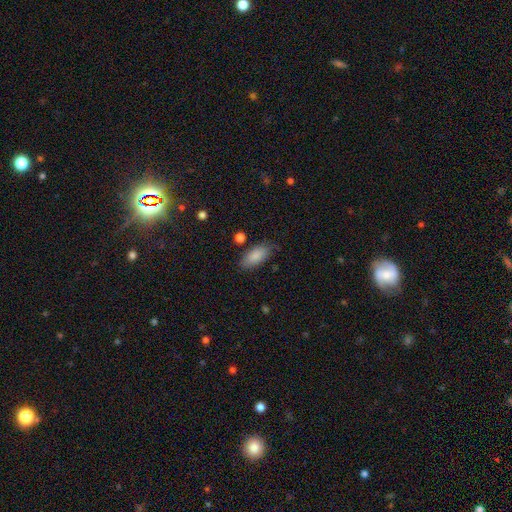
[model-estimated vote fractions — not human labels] Smooth or featured? Predicted: smooth (p=0.87). How rounded? Predicted: in between (p=0.89). Merging? Predicted: none (p=0.77).